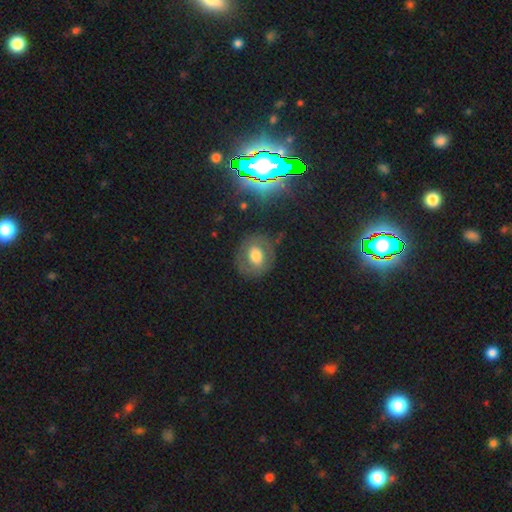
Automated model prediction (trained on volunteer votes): A smooth galaxy with no disk features (55%) that is round (67%).

Vote fractions:
- Smooth or featured? smooth: 55% / featured or disk: 35% / star or artifact: 10%
- How rounded? round: 67% / in between: 32% / cigar-shaped: 1%
- Merging? none: 78% / minor disturbance: 13% / major disturbance: 7% / merger: 2%